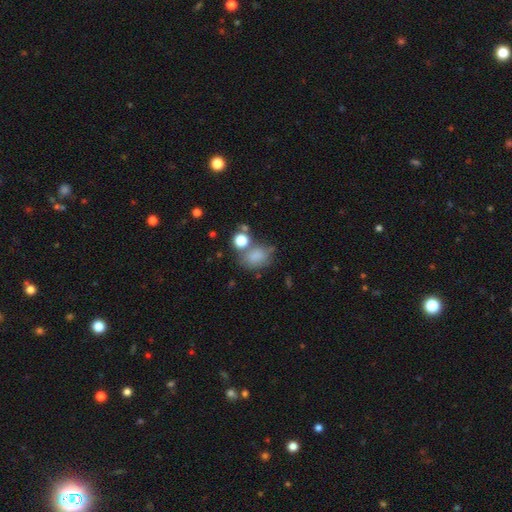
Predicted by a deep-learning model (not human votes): Smooth or featured? smooth (76%)
How rounded? in between (59%)
Merging? none (46%)